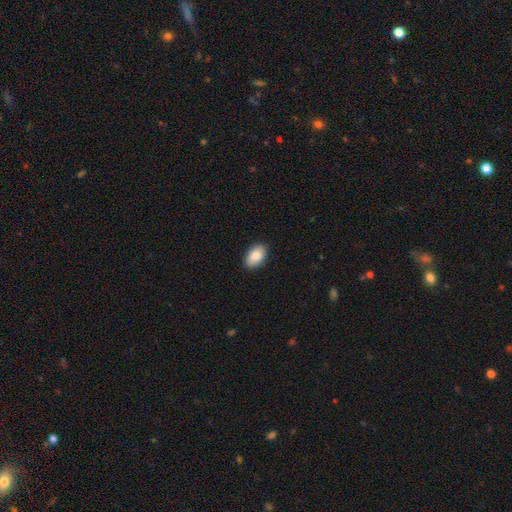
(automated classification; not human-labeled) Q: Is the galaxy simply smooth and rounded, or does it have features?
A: smooth — 86%.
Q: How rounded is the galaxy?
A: in between — 92%.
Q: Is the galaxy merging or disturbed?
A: none — 89%.